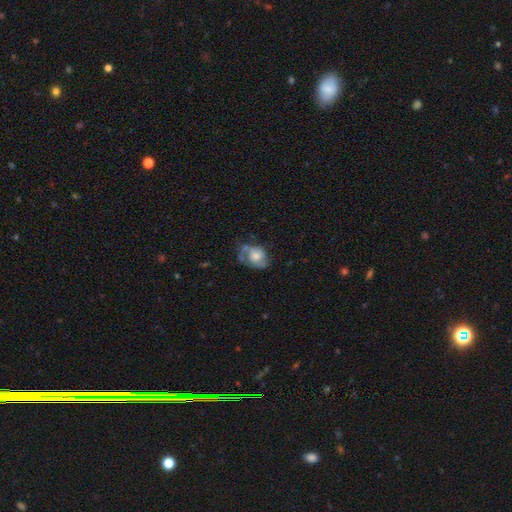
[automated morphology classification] Smooth or featured? featured or disk (56%)
Edge-on disk? no (96%)
Bar? no (77%)
Spiral arms? yes (68%)
Bulge size? moderate (48%)
Merging? none (44%)